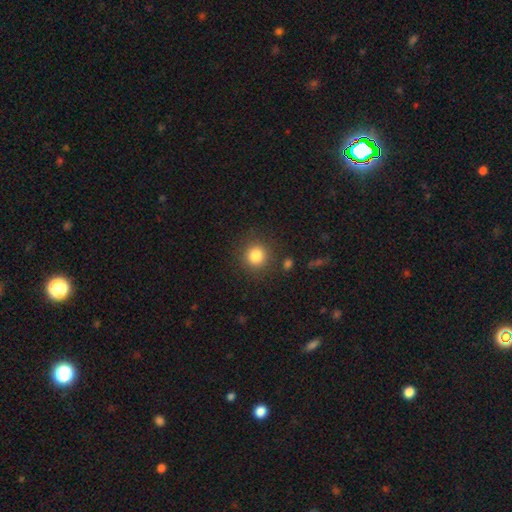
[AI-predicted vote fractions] Overall: smooth (83%). How rounded: round (92%). Merging: none (86%).